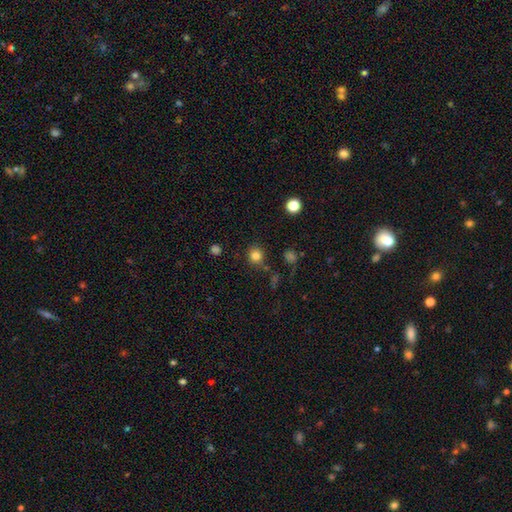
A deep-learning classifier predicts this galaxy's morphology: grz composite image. It shows a smooth galaxy with no disk features (81%) that is round (91%). Merging: none (83%).